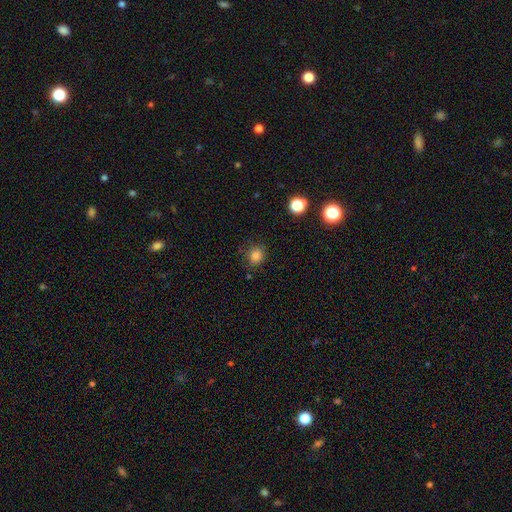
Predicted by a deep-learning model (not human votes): This appears to be a smooth galaxy with no disk features (82%) that is round (81%). Merging: none (83%).